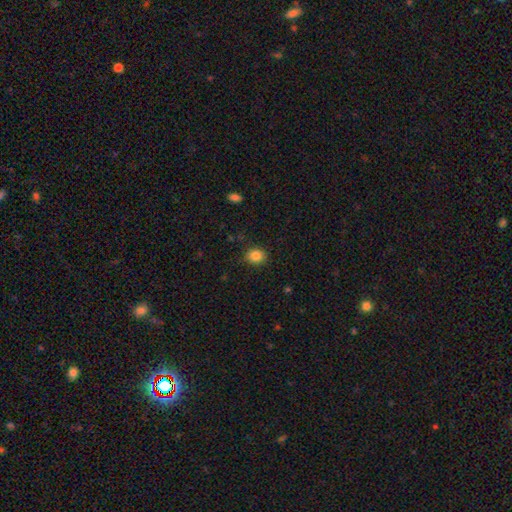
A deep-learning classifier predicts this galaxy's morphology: Smooth or featured: smooth — 86% (star or artifact — 10%)
How rounded: round — 64% (in between — 35%)
Merging: none — 85% (minor disturbance — 11%)